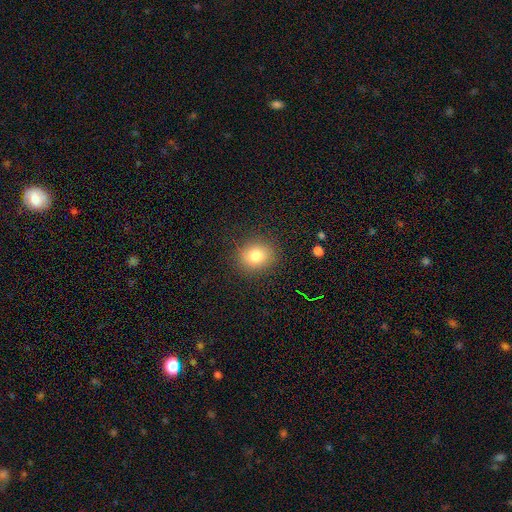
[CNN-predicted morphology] Smooth or featured? smooth (79%)
How rounded? round (71%)
Merging? none (88%)